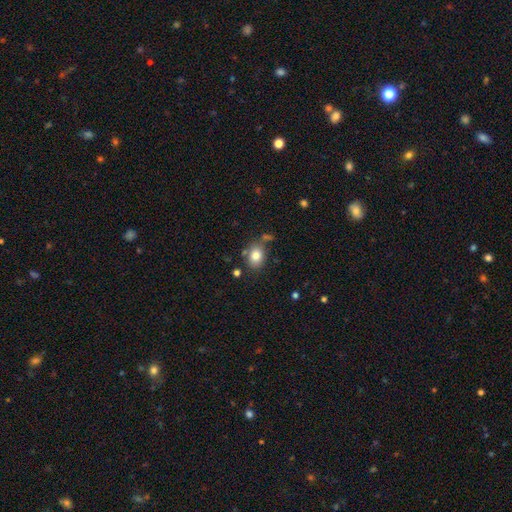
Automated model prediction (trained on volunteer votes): smooth 81%, star or artifact 10%, featured or disk 10%. Down the decision tree: how rounded — in between (60%); merging — none (69%).